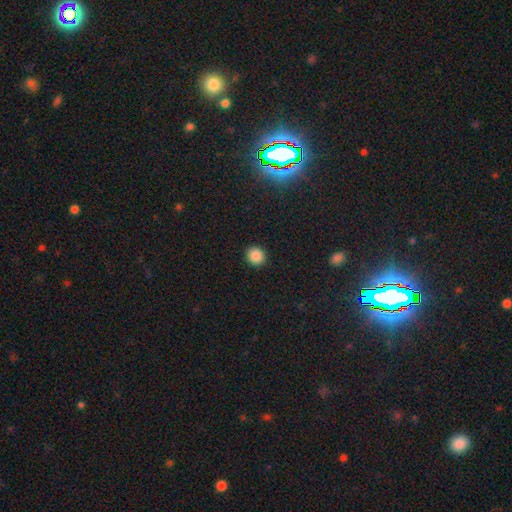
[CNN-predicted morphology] Smooth or featured: smooth — 86% (star or artifact — 10%)
How rounded: round — 86% (in between — 13%)
Merging: none — 92% (minor disturbance — 5%)